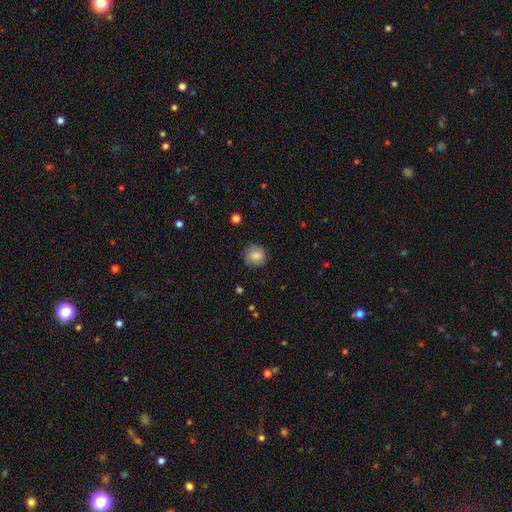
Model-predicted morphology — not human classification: This appears to be a smooth galaxy with no disk features (83%) that is round (86%). Merging: none (84%).